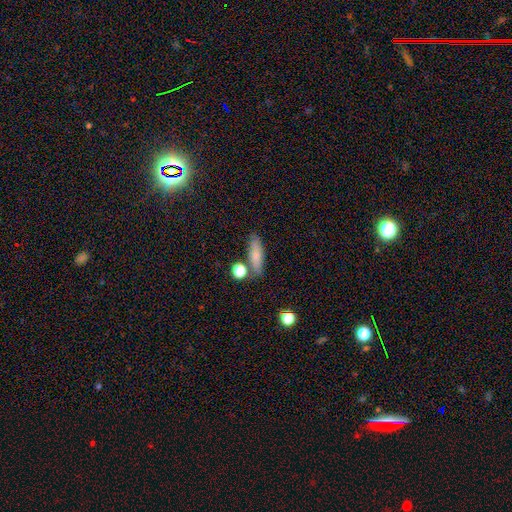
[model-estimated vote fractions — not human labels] Overall: smooth (75%). How rounded: cigar-shaped (51%; in between 44%). Merging: none (72%).